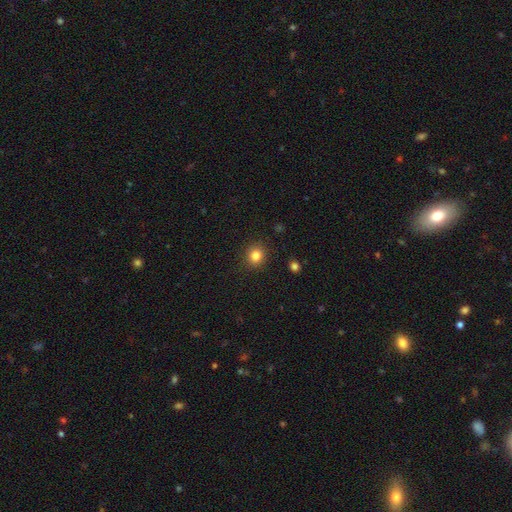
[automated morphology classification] Smooth or featured? Predicted: smooth (p=0.83). How rounded? Predicted: round (p=0.85). Merging? Predicted: none (p=0.90).